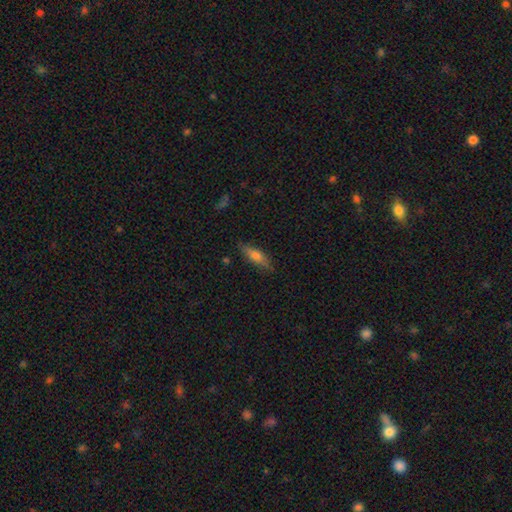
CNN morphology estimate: Overall: smooth (63%; featured or disk 30%). How rounded: cigar-shaped (55%; in between 43%). Merging: none (82%).